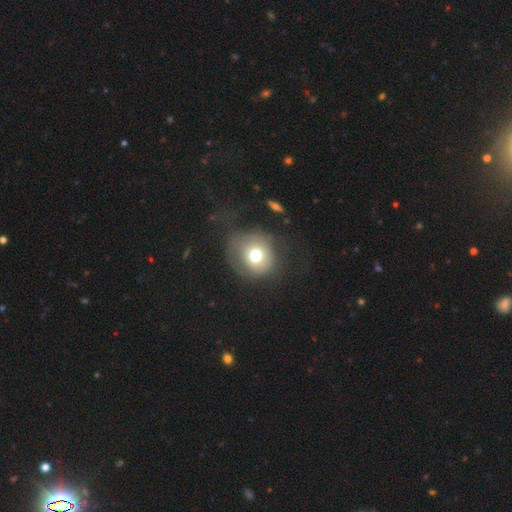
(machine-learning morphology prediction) This appears to be a smooth galaxy with no disk features (67%) that is round (84%). Merging: none (55%).